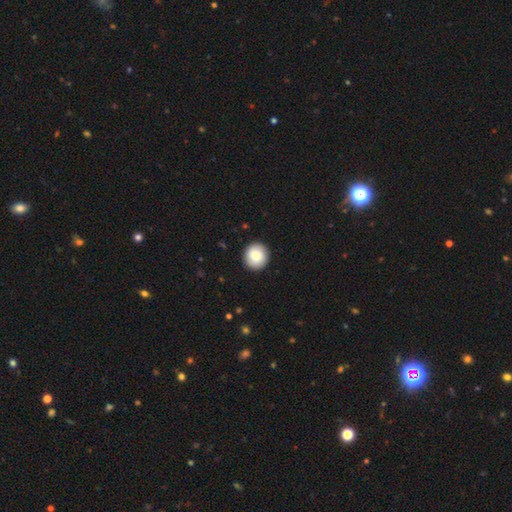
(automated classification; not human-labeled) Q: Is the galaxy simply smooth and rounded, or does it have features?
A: smooth — 85%.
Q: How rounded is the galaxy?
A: round — 92%.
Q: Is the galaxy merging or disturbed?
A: none — 92%.